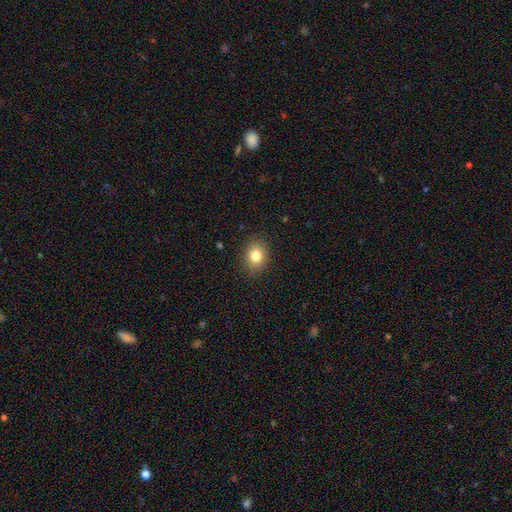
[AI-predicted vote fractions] The model was most divided on "how rounded": in between: 56%, round: 43%, cigar-shaped: 1%. More confident: merging — none (87%); smooth or featured — smooth (82%).